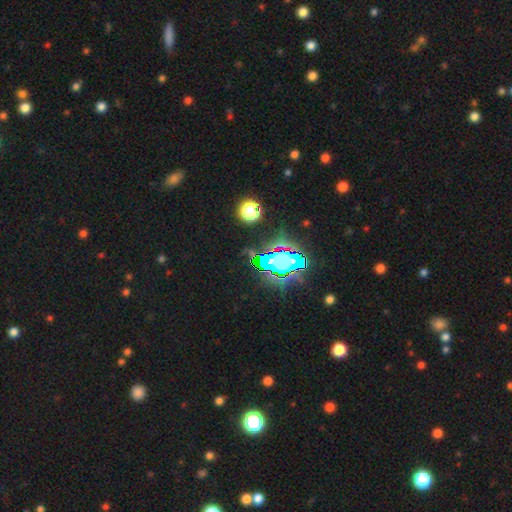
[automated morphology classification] smooth-or-featured: star or artifact: 71% | smooth: 17% | featured or disk: 12%